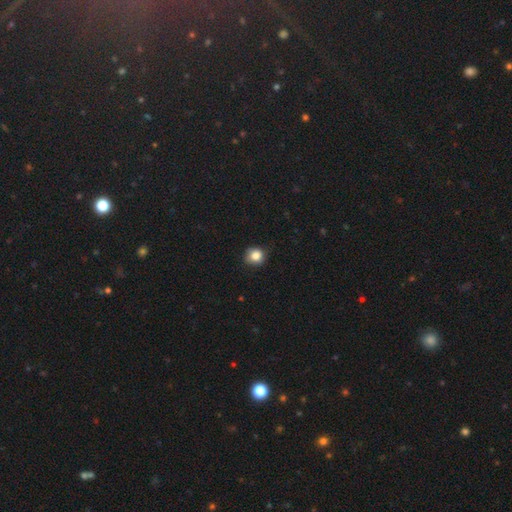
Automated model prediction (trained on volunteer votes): Smooth or featured? Predicted: smooth (p=0.83). How rounded? Predicted: round (p=0.84). Merging? Predicted: none (p=0.77).